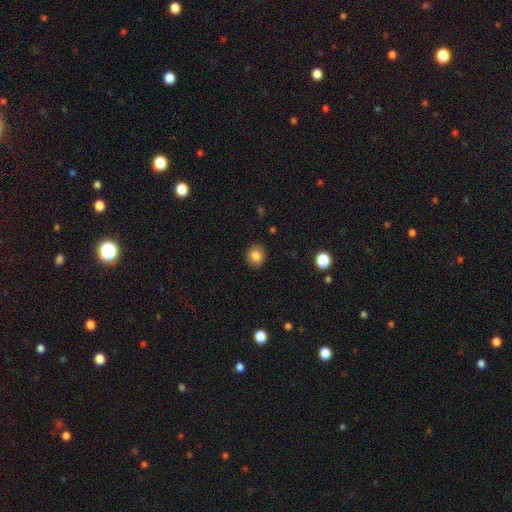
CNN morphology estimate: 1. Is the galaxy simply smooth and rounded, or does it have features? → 84% smooth, 10% star or artifact, 6% featured or disk.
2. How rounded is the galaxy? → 79% round, 20% in between, 1% cigar-shaped.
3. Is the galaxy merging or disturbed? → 89% none, 7% minor disturbance, 2% major disturbance, 1% merger.